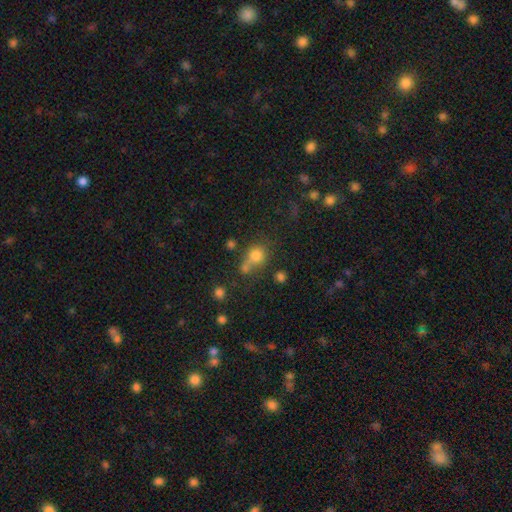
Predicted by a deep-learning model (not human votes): This appears to be a smooth galaxy with no disk features (73%) that is round (82%). Merging: none (50%).